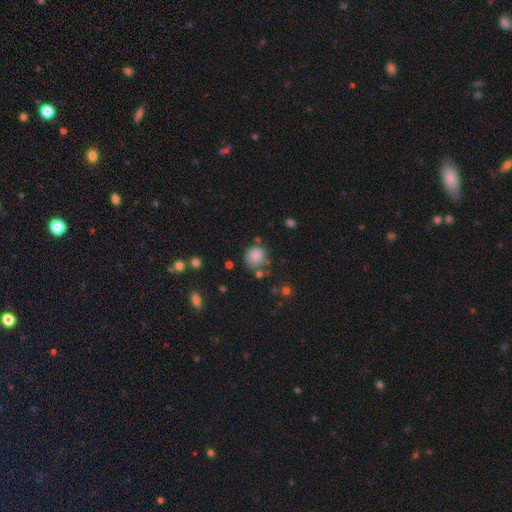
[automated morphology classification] smooth_or_featured: smooth (p=0.82) [alt: star or artifact p=0.10]
how_rounded: round (p=0.83) [alt: in between p=0.16]
merging: none (p=0.69) [alt: minor disturbance p=0.19]